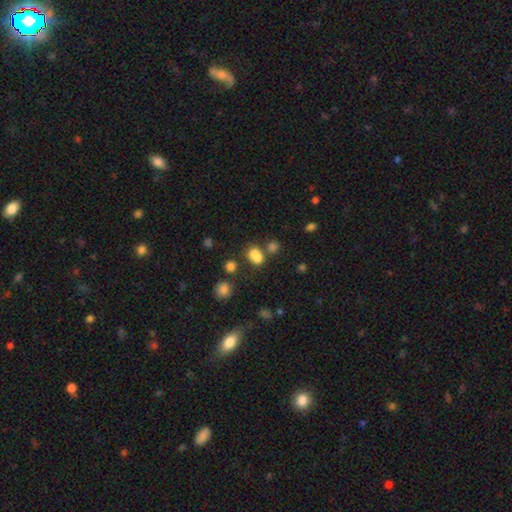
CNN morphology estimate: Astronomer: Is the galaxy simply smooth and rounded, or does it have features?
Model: smooth — 76%.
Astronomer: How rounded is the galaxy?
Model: in between — 63%.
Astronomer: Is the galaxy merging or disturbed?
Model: merger — 41% (runner-up: none, 40%).